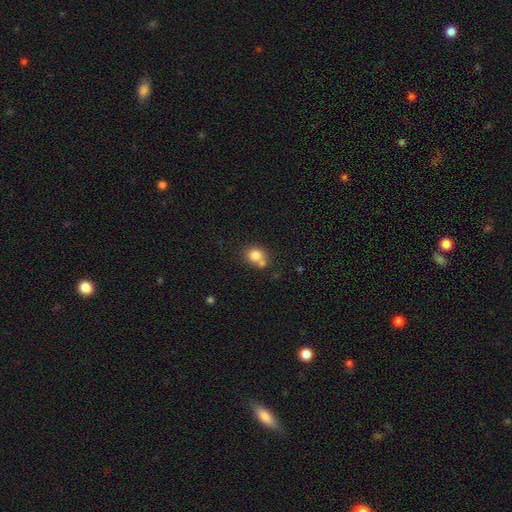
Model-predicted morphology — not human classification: A smooth galaxy with no disk features (81%) that is round (75%). Merging: none (52%).